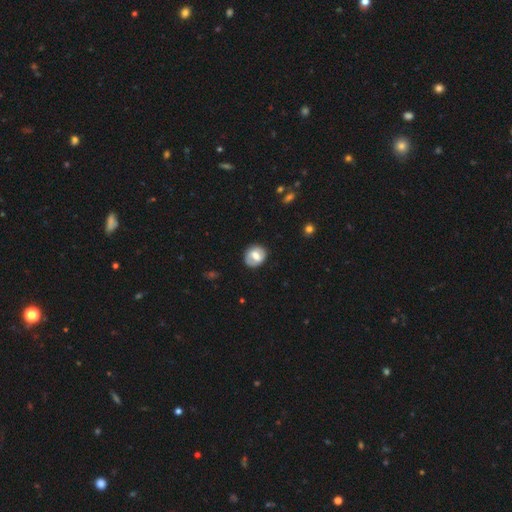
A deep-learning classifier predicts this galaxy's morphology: A smooth galaxy with no disk features (55%) that is round (70%). Merging: none (80%).